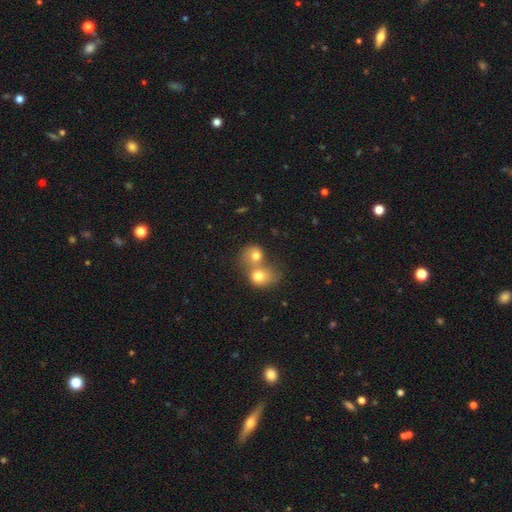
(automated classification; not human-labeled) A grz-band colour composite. It shows a smooth galaxy with no disk features (74%) that is round (68%). Merging: merger (75%).